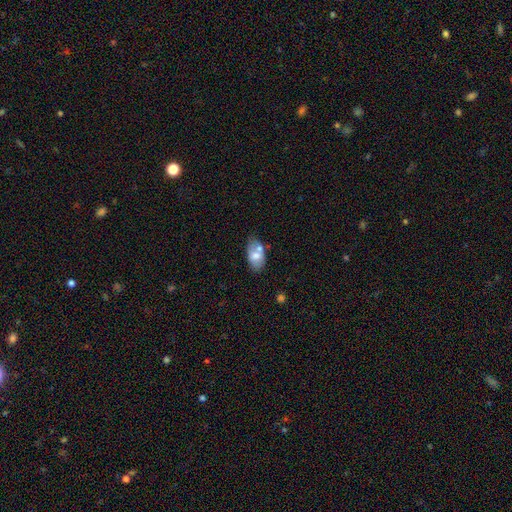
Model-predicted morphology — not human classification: Smooth or featured? Predicted: smooth (p=0.65). How rounded? Predicted: in between (p=0.92). Merging? Predicted: none (p=0.52).